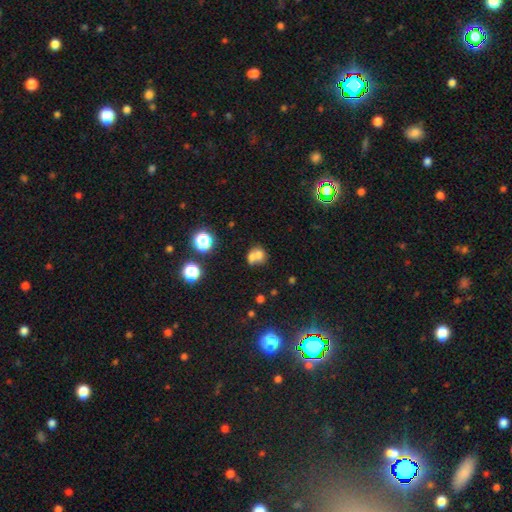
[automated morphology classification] The model was most divided on "how rounded": round: 65%, in between: 33%, cigar-shaped: 1%. More confident: smooth or featured — smooth (65%); merging — merger (64%).